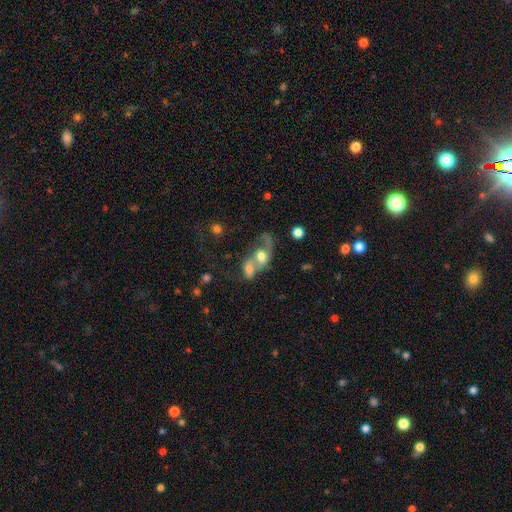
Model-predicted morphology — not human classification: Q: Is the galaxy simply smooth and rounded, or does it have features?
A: smooth — 44%.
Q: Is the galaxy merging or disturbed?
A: merger — 61%.